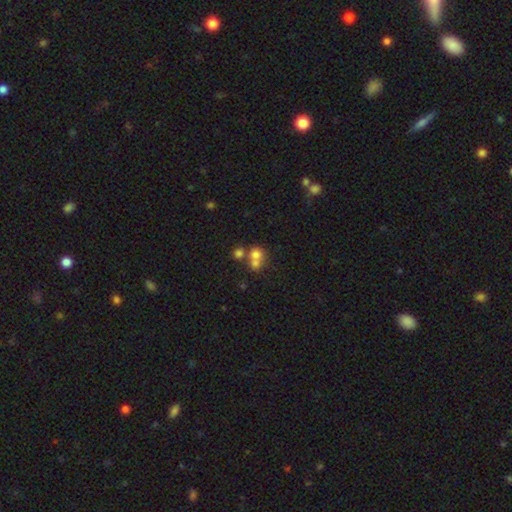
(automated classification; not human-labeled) The model was most divided on "merging": merger: 53%, none: 37%, minor disturbance: 6%, major disturbance: 3%. More confident: how rounded — round (83%); smooth or featured — smooth (69%).